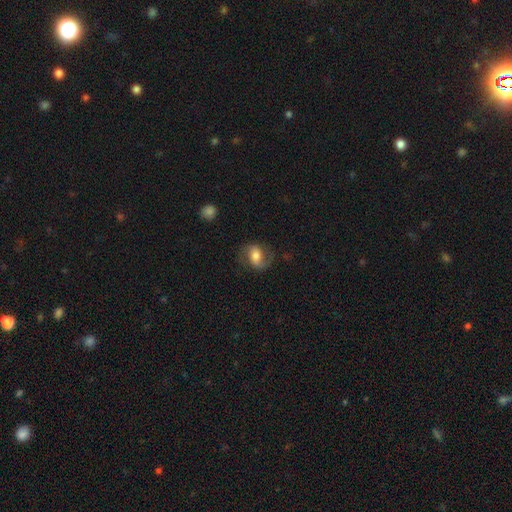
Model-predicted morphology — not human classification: A featured or disk galaxy (57%) with a weak bar (41%), spiral arms (89%) and a moderate central bulge (56%).

Vote fractions:
- Smooth or featured? featured or disk: 57% / smooth: 35% / star or artifact: 8%
- Edge-on disk? no: 96% / yes: 4%
- Bar? weak: 41% / no: 36% / strong: 23%
- Spiral arms? yes: 89% / no: 11%
- Bulge size? moderate: 56% / large: 22% / small: 16% / dominant: 3% / none: 3%
- Merging? none: 66% / minor disturbance: 19% / major disturbance: 13% / merger: 2%